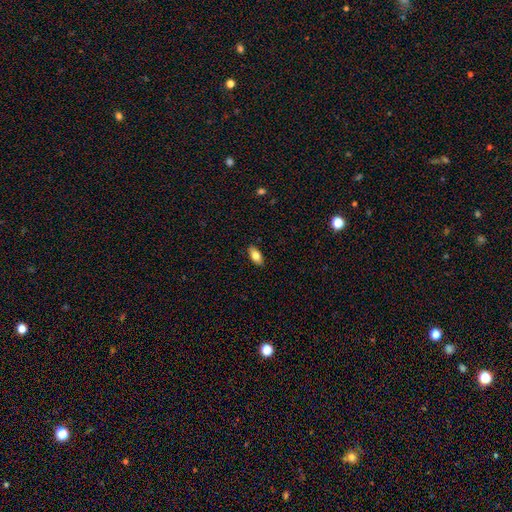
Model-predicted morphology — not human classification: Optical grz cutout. It shows a smooth galaxy with no disk features (77%) that is in between round and cigar-shaped (88%). Merging: none (88%).